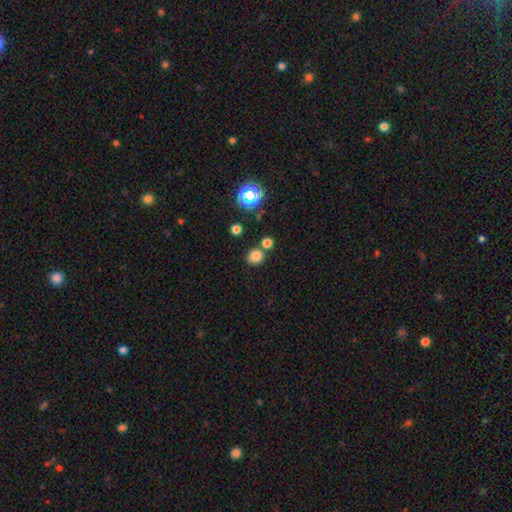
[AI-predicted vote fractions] smooth-or-featured: smooth: 77% | star or artifact: 17% | featured or disk: 6%
  how-rounded: round: 83% | in between: 16% | cigar-shaped: 1%
  merging: none: 72% | merger: 17% | minor disturbance: 8% | major disturbance: 3%